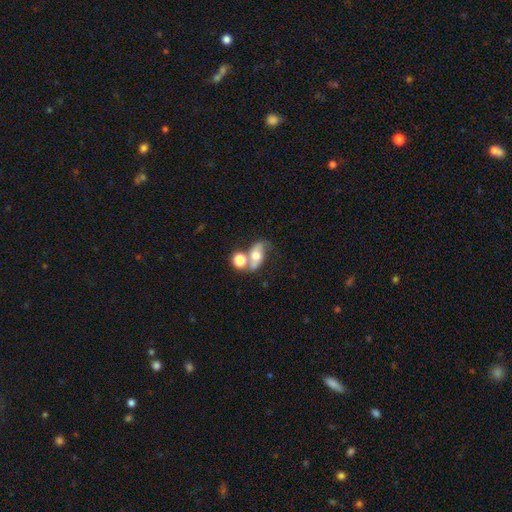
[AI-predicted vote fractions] Smooth or featured: smooth — 45% (featured or disk — 44%)
Merging: merger — 40% (none — 35%)